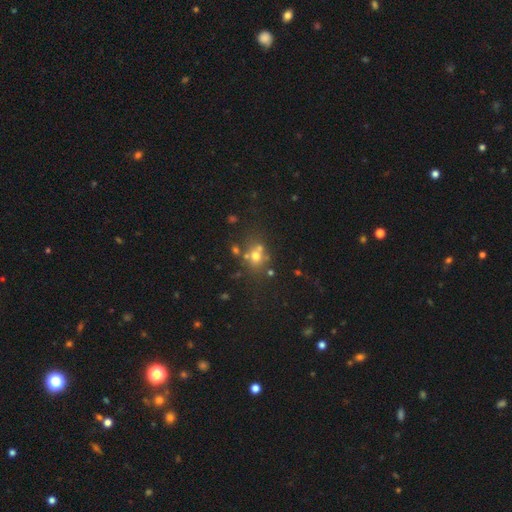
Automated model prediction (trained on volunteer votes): Smooth or featured? smooth (57%)
How rounded? round (70%)
Merging? none (55%)